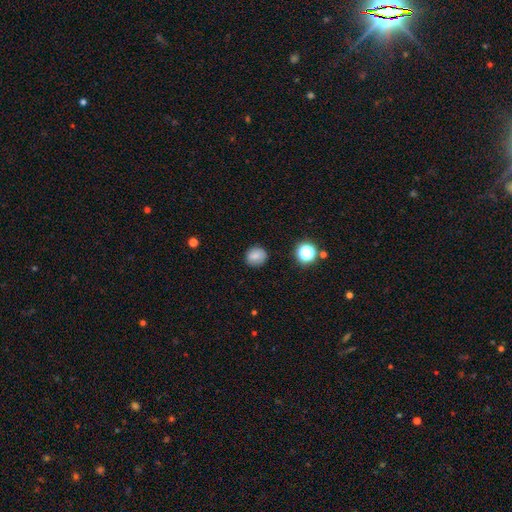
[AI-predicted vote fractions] This is likely a smooth galaxy (77%). How rounded: clearly round (83%). Merging: clearly none (85%).